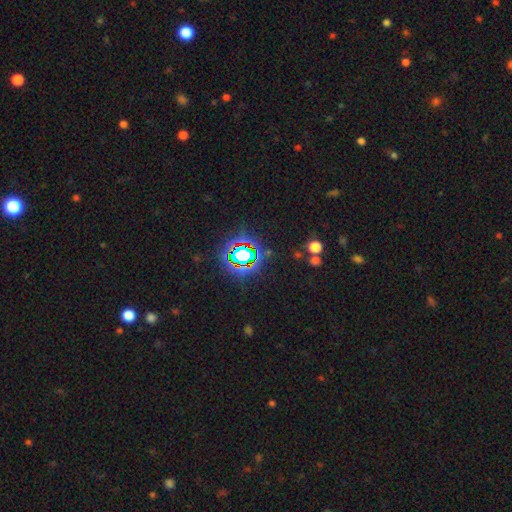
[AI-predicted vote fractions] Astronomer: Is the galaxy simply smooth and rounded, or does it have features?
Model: star or artifact — 81%.